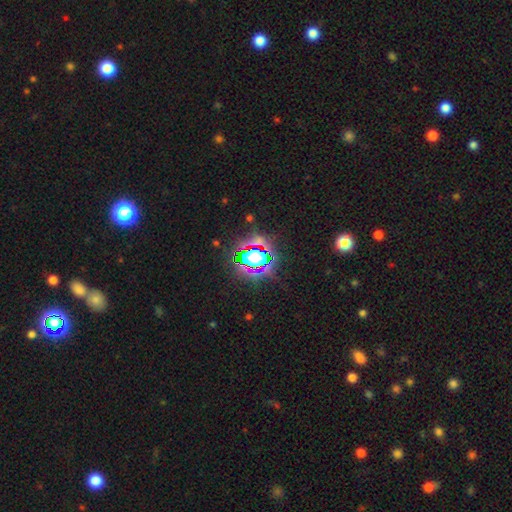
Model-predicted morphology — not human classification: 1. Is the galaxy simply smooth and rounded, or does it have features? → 77% star or artifact, 14% smooth, 8% featured or disk.